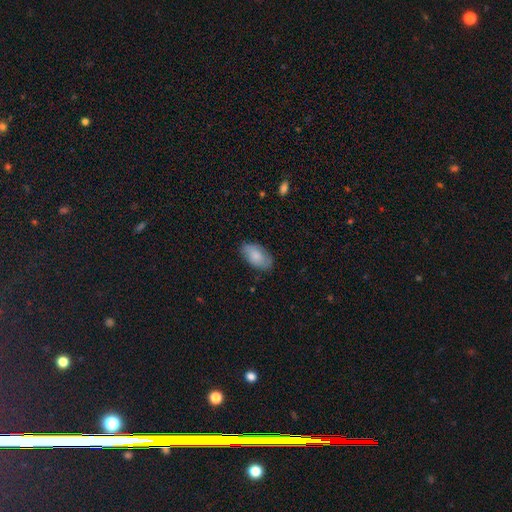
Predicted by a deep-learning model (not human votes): A smooth galaxy with no disk features (78%) that is in between round and cigar-shaped (94%).

Vote fractions:
- Smooth or featured? smooth: 78% / featured or disk: 15% / star or artifact: 6%
- How rounded? in between: 94% / round: 4% / cigar-shaped: 2%
- Merging? none: 79% / minor disturbance: 16% / major disturbance: 3% / merger: 1%